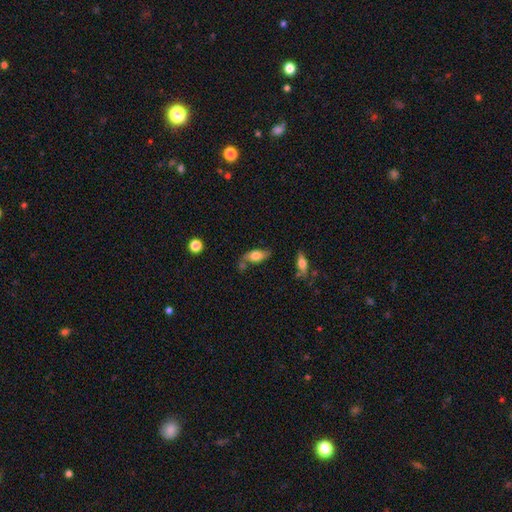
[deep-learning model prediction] This appears to be a smooth galaxy with no disk features (70%) that is in between round and cigar-shaped (82%). Merging: none (60%).